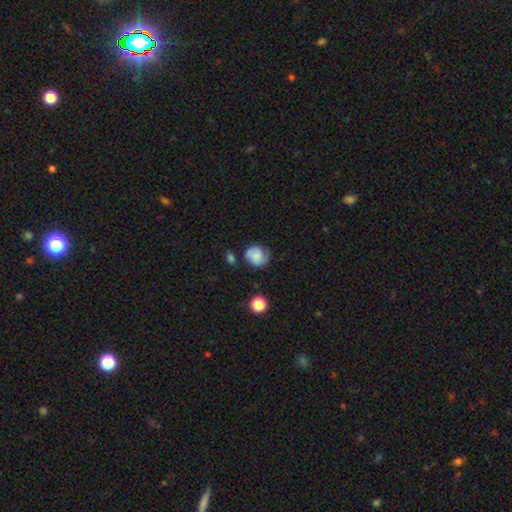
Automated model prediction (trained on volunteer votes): A smooth galaxy with no disk features (48%). Merging: none (63%).